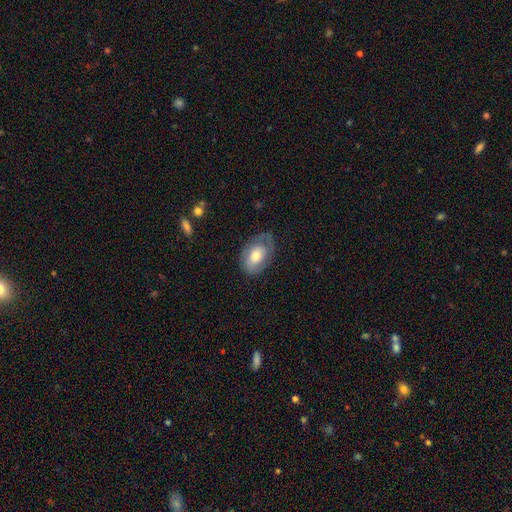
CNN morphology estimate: A smooth galaxy with no disk features (56%) that is in between round and cigar-shaped (86%). Merging: none (63%).